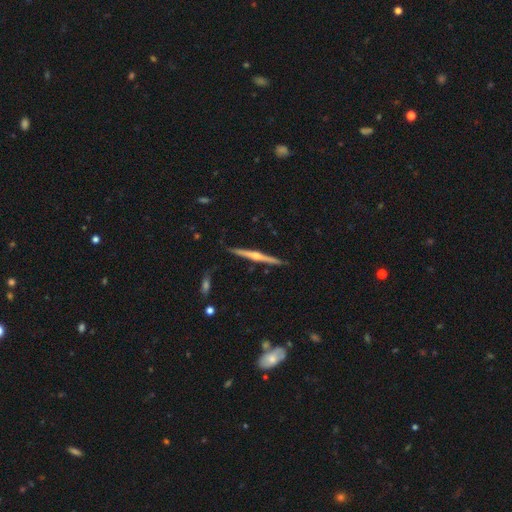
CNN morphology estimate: Smooth or featured?
  - featured or disk: 80% *
  - smooth: 15%
  - star or artifact: 5%
Edge-on disk?
  - yes: 98% *
  - no: 2%
Edge-on bulge?
  - rounded: 86% *
  - none: 10%
  - boxy: 4%
Merging?
  - none: 90% *
  - minor disturbance: 7%
  - merger: 1%
  - major disturbance: 1%